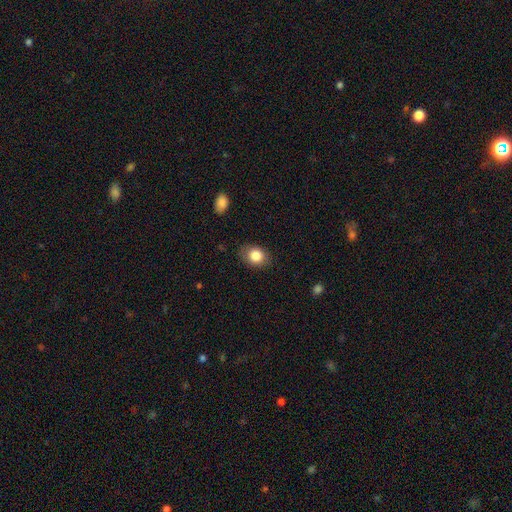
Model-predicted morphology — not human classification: type=smooth (84%); roundness=in between (55%); merging=none (80%).